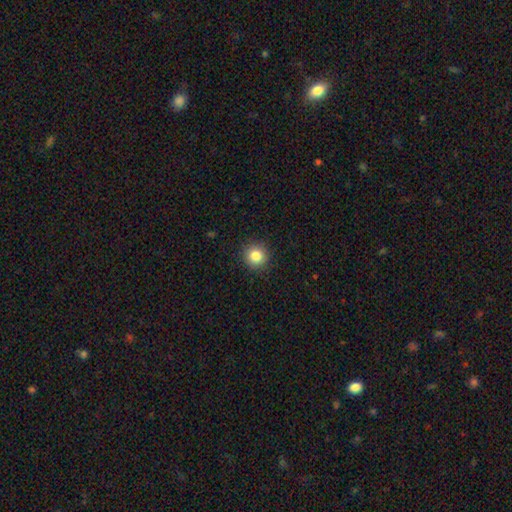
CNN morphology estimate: A smooth galaxy with no disk features (84%) that is round (93%). Merging: none (91%).